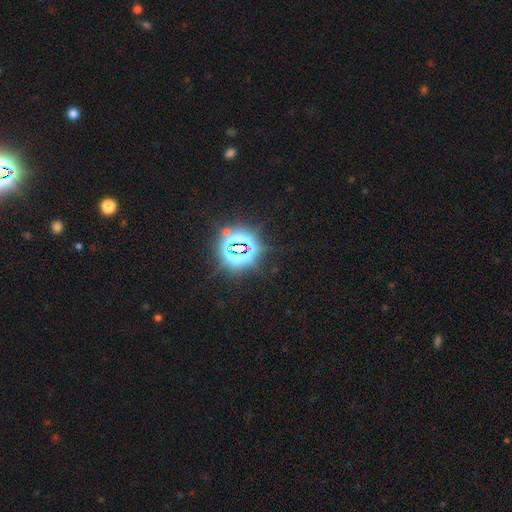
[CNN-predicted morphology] Q: Smooth or featured?
A: star or artifact (83%); runner-up: smooth (12%)